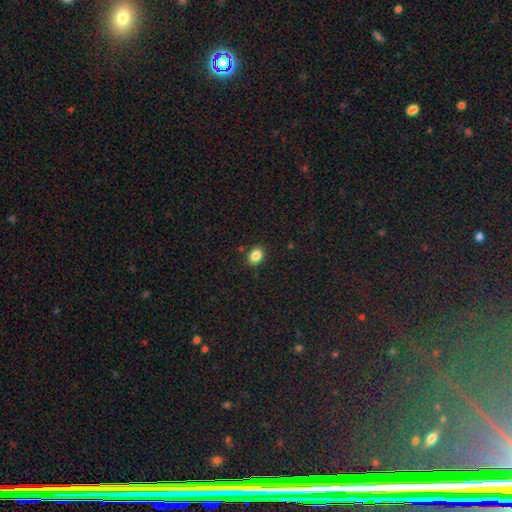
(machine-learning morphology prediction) Smooth or featured?
  - smooth: 86% *
  - star or artifact: 10%
  - featured or disk: 4%
How rounded?
  - in between: 60% *
  - round: 39%
  - cigar-shaped: 1%
Merging?
  - none: 87% *
  - minor disturbance: 9%
  - major disturbance: 2%
  - merger: 2%